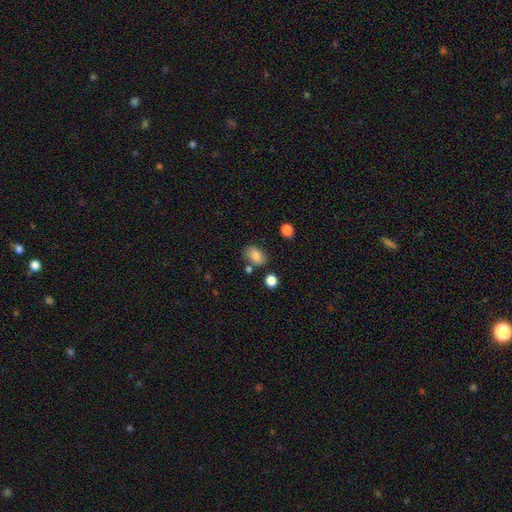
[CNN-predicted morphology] Smooth or featured? smooth (82%)
How rounded? in between (79%)
Merging? none (72%)